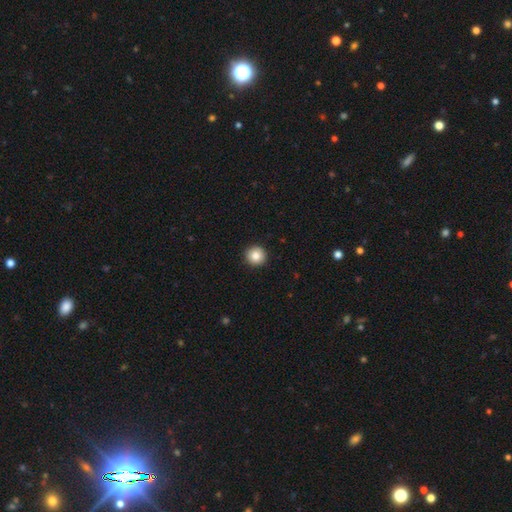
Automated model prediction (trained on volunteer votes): The model was most divided on "smooth or featured": smooth: 84%, star or artifact: 9%, featured or disk: 7%. More confident: how rounded — round (95%); merging — none (93%).